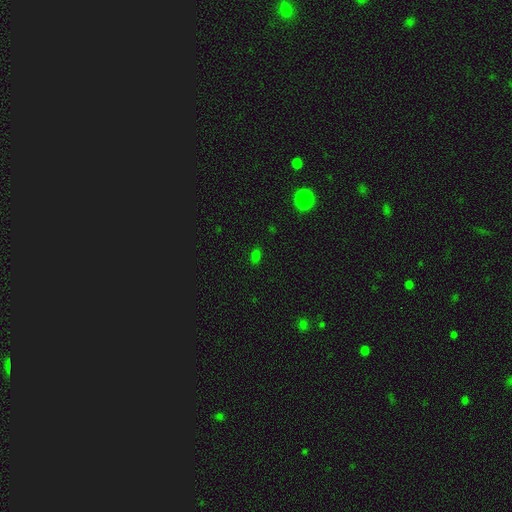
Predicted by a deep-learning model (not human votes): smooth_or_featured: smooth (p=0.72) [alt: star or artifact p=0.24]
how_rounded: in between (p=0.84) [alt: round p=0.13]
merging: none (p=0.85) [alt: minor disturbance p=0.10]